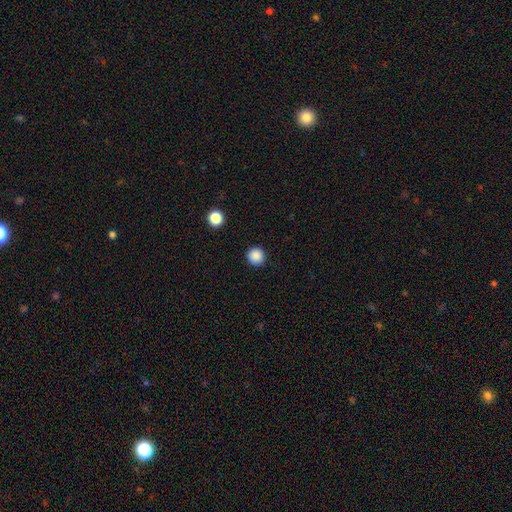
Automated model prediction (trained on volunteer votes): Smooth or featured? Predicted: smooth (p=0.87). How rounded? Predicted: round (p=0.94). Merging? Predicted: none (p=0.91).